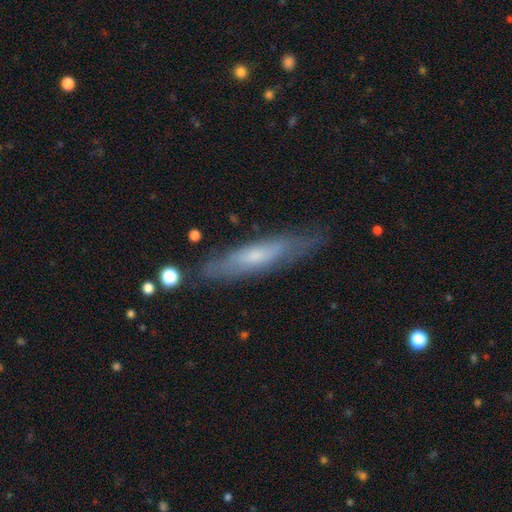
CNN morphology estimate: Overall: featured or disk (50%; smooth 43%). Merging: none (78%).